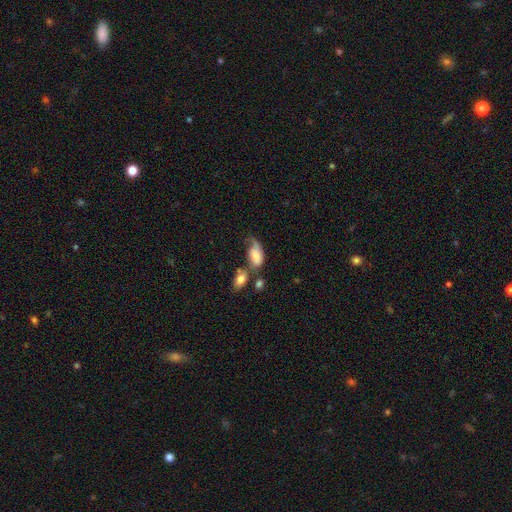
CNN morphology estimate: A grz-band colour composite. It shows a smooth galaxy with no disk features (57%) that is in between round and cigar-shaped (89%). Merging: major disturbance (28%).